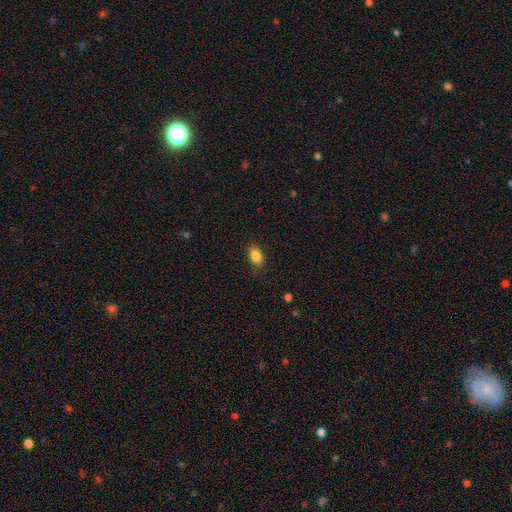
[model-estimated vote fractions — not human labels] This is clearly a smooth galaxy (86%). How rounded: clearly in between (85%). Merging: clearly none (83%).